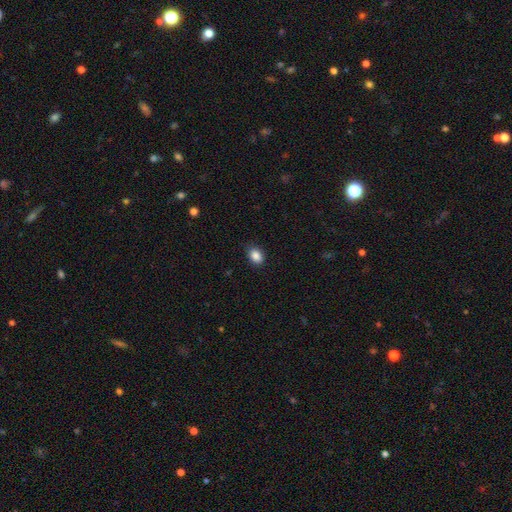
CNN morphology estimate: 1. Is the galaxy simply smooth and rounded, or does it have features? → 88% smooth, 9% star or artifact, 4% featured or disk.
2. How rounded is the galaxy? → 74% in between, 25% round, 1% cigar-shaped.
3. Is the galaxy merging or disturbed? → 85% none, 12% minor disturbance, 2% major disturbance, 1% merger.